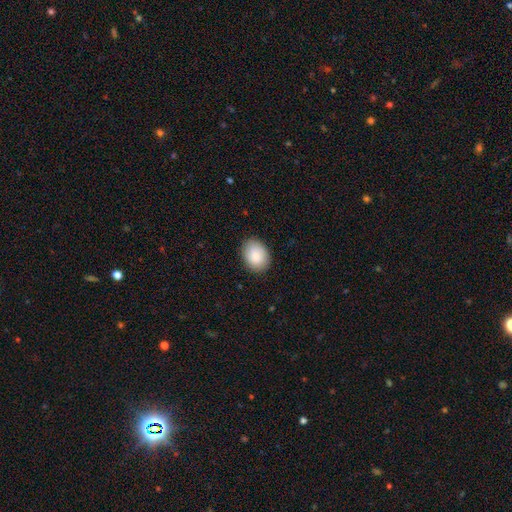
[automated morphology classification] type=smooth (85%); roundness=in between (64%); merging=none (87%).